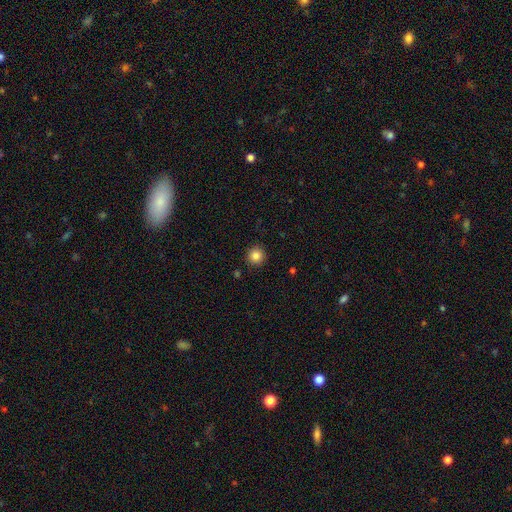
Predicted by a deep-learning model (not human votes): Smooth or featured?
  - smooth: 85% *
  - star or artifact: 11%
  - featured or disk: 5%
How rounded?
  - round: 95% *
  - in between: 4%
  - cigar-shaped: 1%
Merging?
  - none: 91% *
  - minor disturbance: 6%
  - major disturbance: 2%
  - merger: 1%